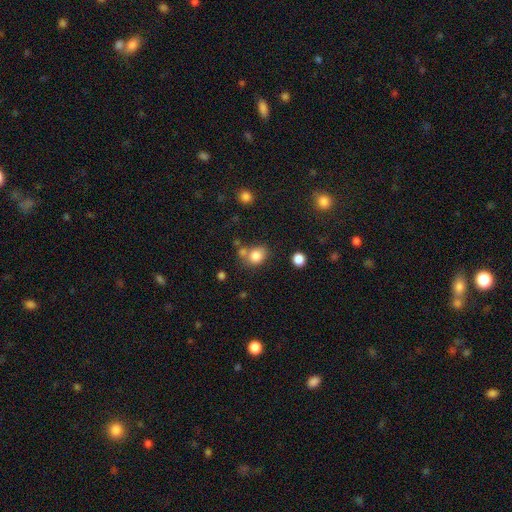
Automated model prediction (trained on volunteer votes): Morphology: type=smooth (81%); roundness=round (53%); merging=none (54%).